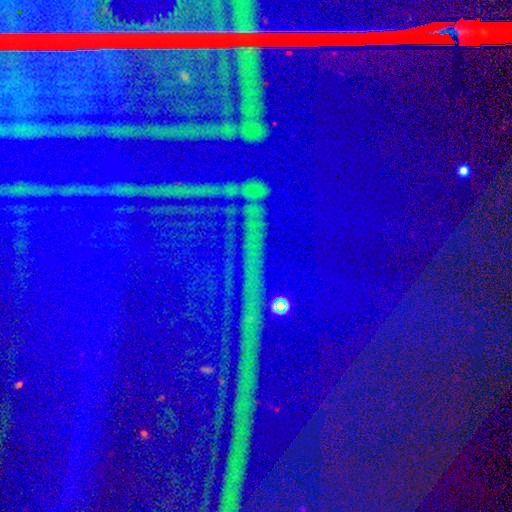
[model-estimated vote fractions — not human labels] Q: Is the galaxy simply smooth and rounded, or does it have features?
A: star or artifact — 88%.